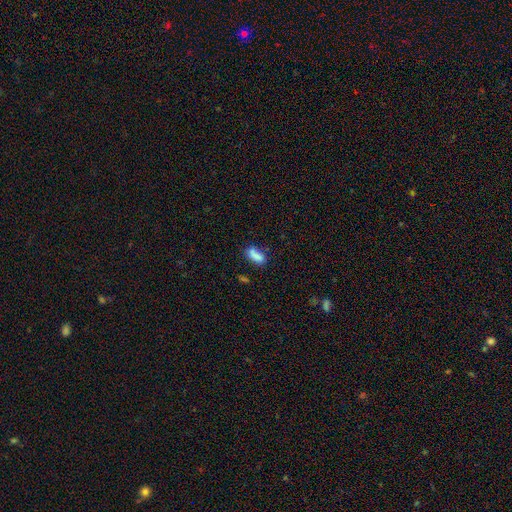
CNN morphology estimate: This is likely a smooth galaxy (79%). How rounded: likely in between (79%). Merging: possibly none (53%).